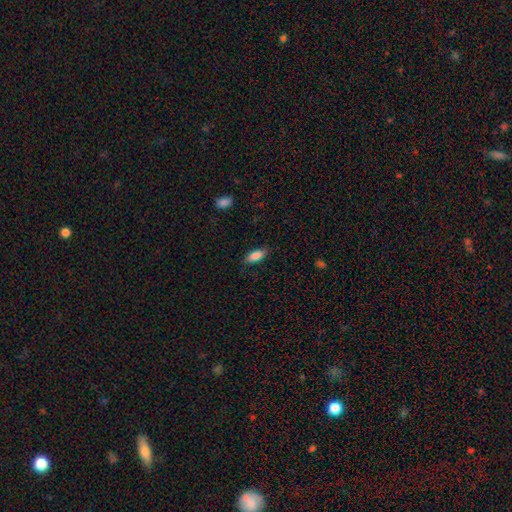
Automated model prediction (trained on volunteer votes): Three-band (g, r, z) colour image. It shows a smooth galaxy with no disk features (86%) that is in between round and cigar-shaped (82%). Merging: none (81%).